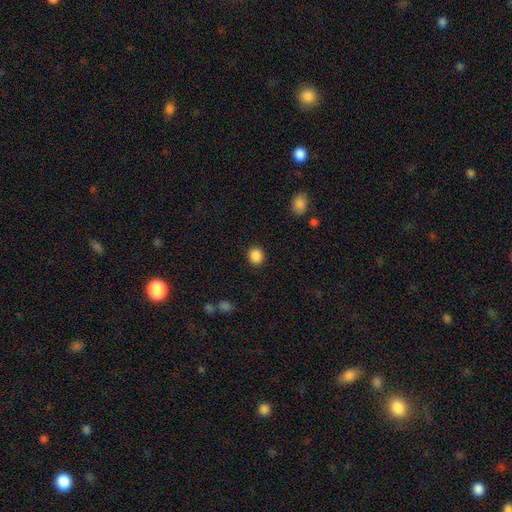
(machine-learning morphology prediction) Smooth or featured? Predicted: smooth (p=0.88). How rounded? Predicted: round (p=0.82). Merging? Predicted: none (p=0.90).